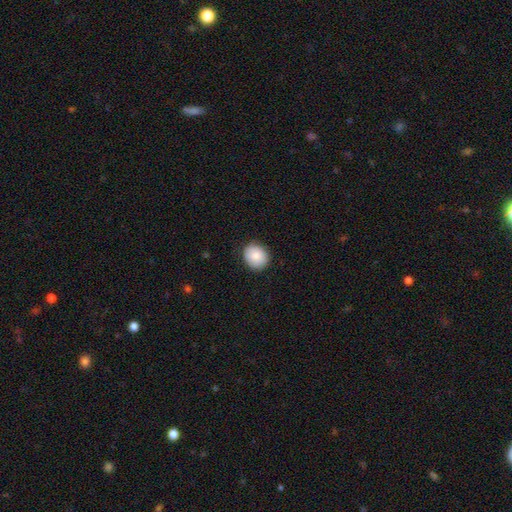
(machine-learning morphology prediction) Smooth or featured?
  - smooth: 85% *
  - featured or disk: 8%
  - star or artifact: 7%
How rounded?
  - round: 72% *
  - in between: 28%
  - cigar-shaped: 1%
Merging?
  - none: 87% *
  - minor disturbance: 10%
  - major disturbance: 2%
  - merger: 1%